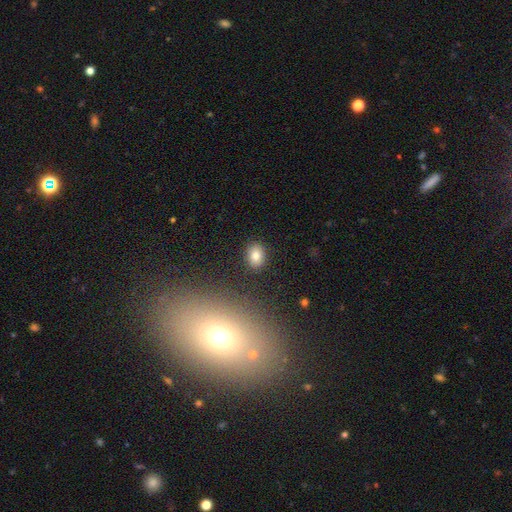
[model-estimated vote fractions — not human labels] Smooth or featured? smooth (81%)
How rounded? in between (59%)
Merging? none (88%)